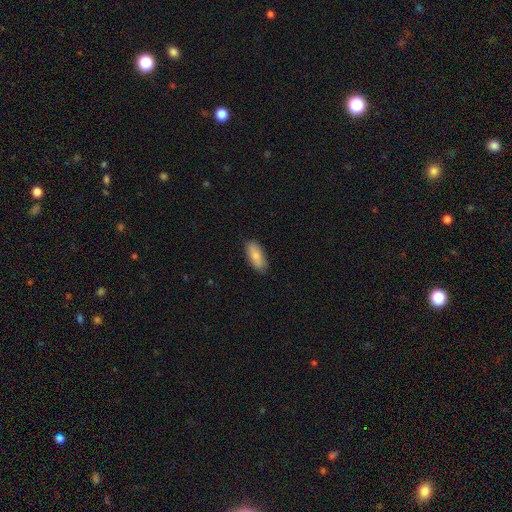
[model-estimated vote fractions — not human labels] Smooth or featured?
  - smooth: 83% *
  - featured or disk: 11%
  - star or artifact: 6%
How rounded?
  - in between: 80% *
  - cigar-shaped: 18%
  - round: 2%
Merging?
  - none: 87% *
  - minor disturbance: 10%
  - major disturbance: 2%
  - merger: 1%